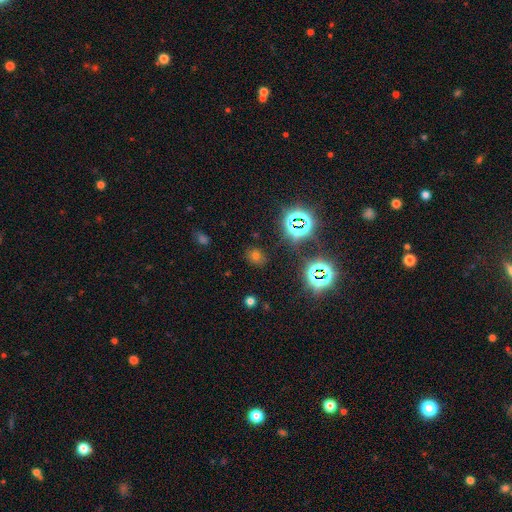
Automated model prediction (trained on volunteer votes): This is possibly a smooth galaxy (53%). How rounded: likely round (62%). Merging: clearly none (84%).